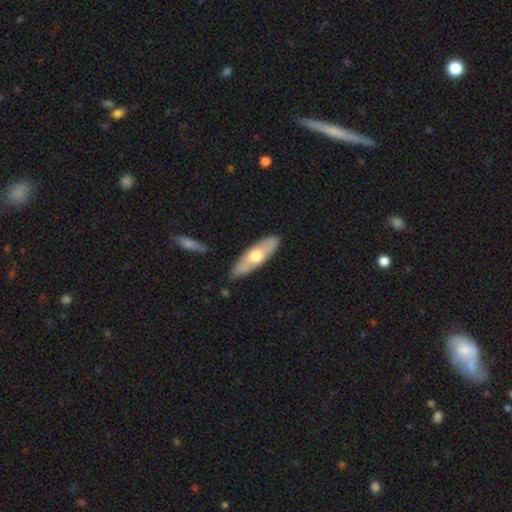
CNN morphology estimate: Overall: smooth (54%; featured or disk 41%). How rounded: in between (49%; cigar-shaped 48%). Merging: none (85%).